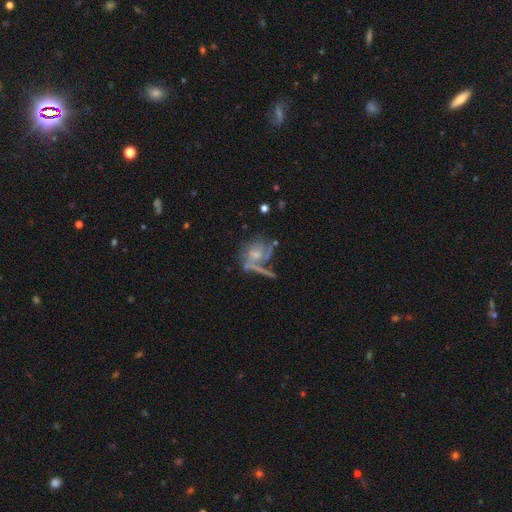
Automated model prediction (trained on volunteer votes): Smooth or featured: featured or disk — 60% (smooth — 28%)
Edge-on disk: no — 92% (yes — 8%)
Bar: no — 74% (weak — 21%)
Spiral arms: yes — 64% (no — 36%)
Bulge size: small — 50% (moderate — 34%)
Merging: none — 42% (merger — 21%)